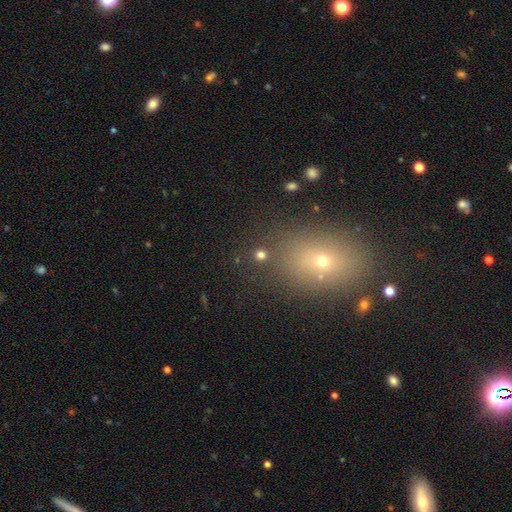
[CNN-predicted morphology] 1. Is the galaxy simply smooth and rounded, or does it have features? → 54% smooth, 31% star or artifact, 15% featured or disk.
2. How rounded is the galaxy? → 63% in between, 34% round, 3% cigar-shaped.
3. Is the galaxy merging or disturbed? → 79% none, 11% minor disturbance, 5% major disturbance, 5% merger.